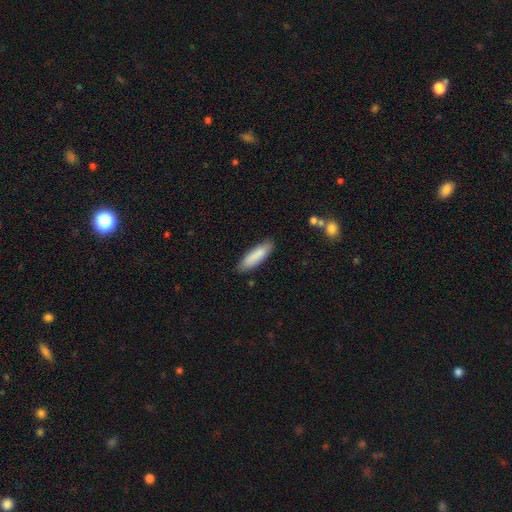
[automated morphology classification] The model was most divided on "how rounded": cigar-shaped: 62%, in between: 36%, round: 1%. More confident: smooth or featured — smooth (86%); merging — none (85%).